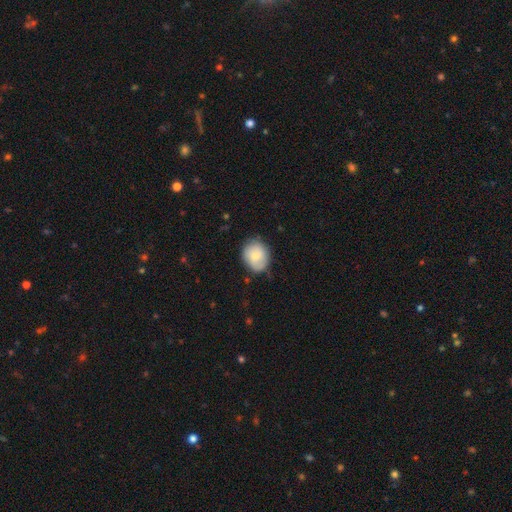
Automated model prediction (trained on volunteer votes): A smooth galaxy with no disk features (69%) that is round (58%). Merging: none (73%).